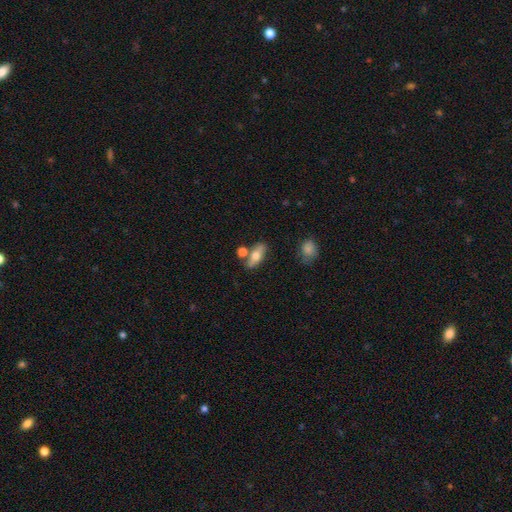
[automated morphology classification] Smooth or featured? Predicted: smooth (p=0.62). How rounded? Predicted: in between (p=0.70). Merging? Predicted: none (p=0.65).